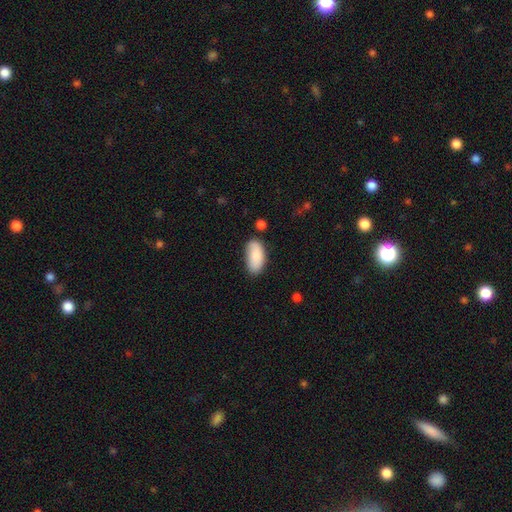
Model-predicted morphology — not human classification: smooth 84%, featured or disk 9%, star or artifact 6%. Down the decision tree: how rounded — in between (94%); merging — none (70%).